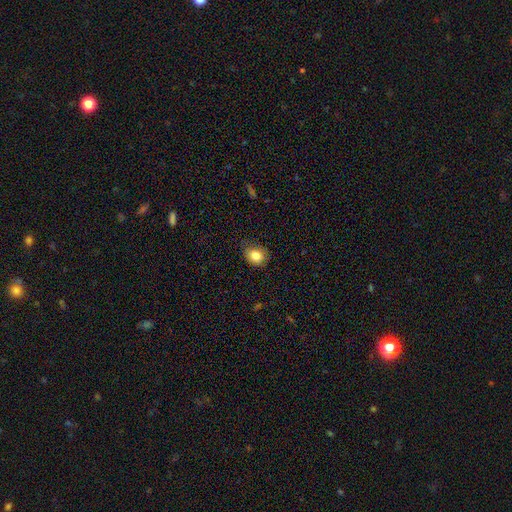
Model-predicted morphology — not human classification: Overall: smooth (83%). How rounded: round (52%; in between 47%). Merging: none (73%).